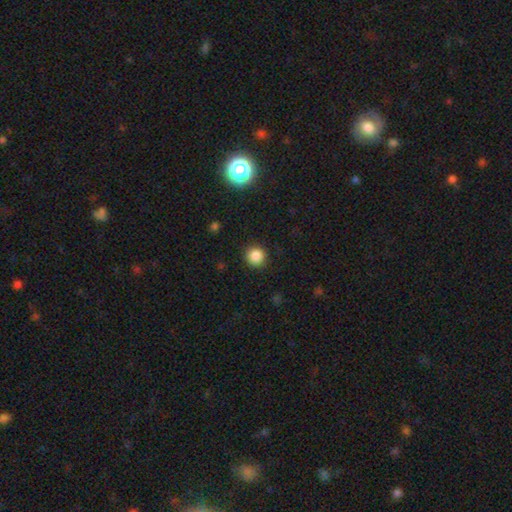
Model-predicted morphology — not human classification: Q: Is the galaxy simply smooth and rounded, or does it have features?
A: smooth — 85%.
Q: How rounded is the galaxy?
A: round — 94%.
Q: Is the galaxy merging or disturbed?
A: none — 91%.